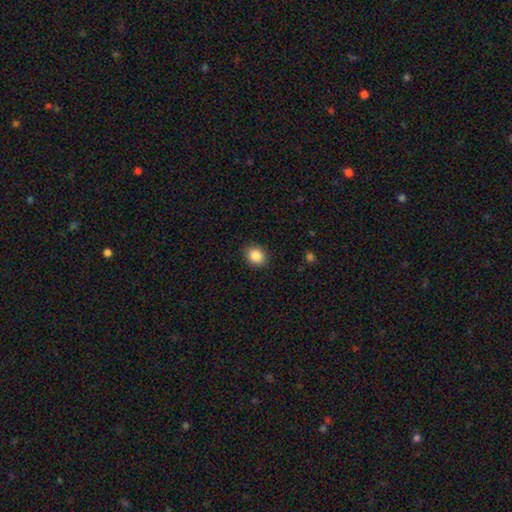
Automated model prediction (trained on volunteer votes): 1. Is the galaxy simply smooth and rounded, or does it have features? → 88% smooth, 9% star or artifact, 4% featured or disk.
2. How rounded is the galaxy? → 62% round, 37% in between, 1% cigar-shaped.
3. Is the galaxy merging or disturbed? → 88% none, 8% minor disturbance, 2% major disturbance, 1% merger.